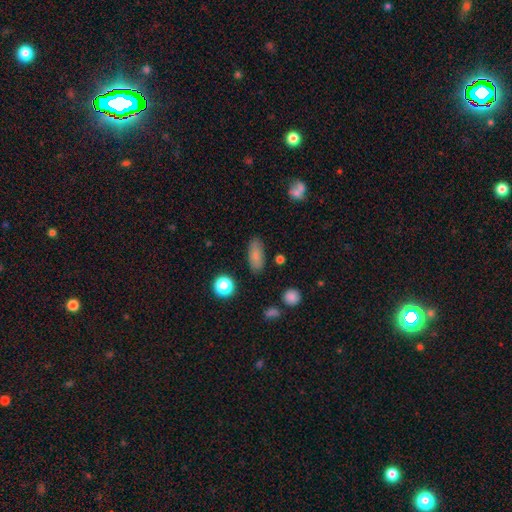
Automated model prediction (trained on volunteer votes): smooth_or_featured: smooth (p=0.81) [alt: featured or disk p=0.09]
how_rounded: in between (p=0.79) [alt: cigar-shaped p=0.17]
merging: none (p=0.83) [alt: minor disturbance p=0.11]